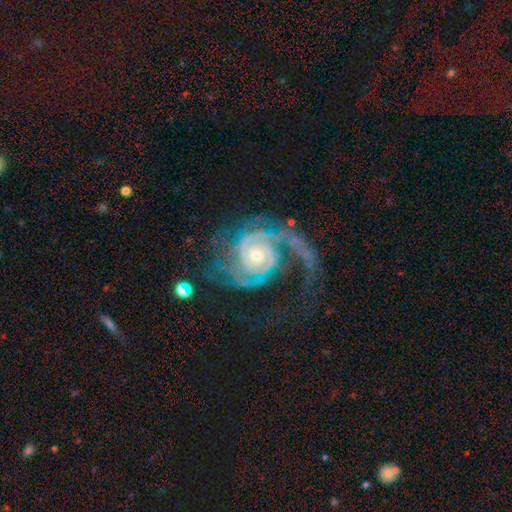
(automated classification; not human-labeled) Smooth or featured? featured or disk (91%)
Edge-on disk? no (98%)
Bar? no (73%)
Spiral arms? yes (97%)
Spiral winding? tight (59%)
Spiral arm count? 2 (47%)
Bulge size? moderate (49%)
Merging? none (41%)